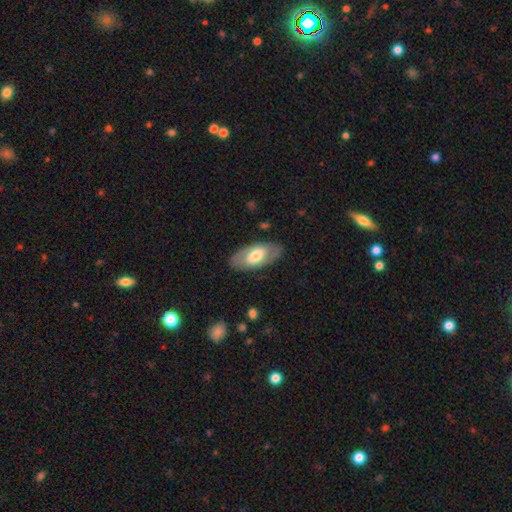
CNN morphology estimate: Smooth or featured?
  - smooth: 51% *
  - featured or disk: 44%
  - star or artifact: 5%
How rounded?
  - in between: 92% *
  - cigar-shaped: 5%
  - round: 4%
Merging?
  - none: 83% *
  - minor disturbance: 12%
  - major disturbance: 4%
  - merger: 1%